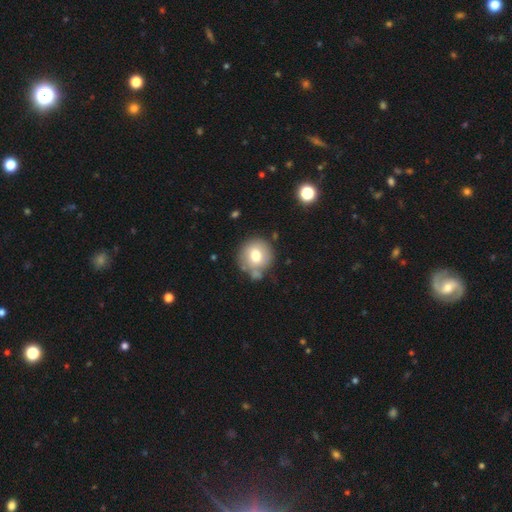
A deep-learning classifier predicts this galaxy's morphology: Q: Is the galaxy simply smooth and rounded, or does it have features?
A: smooth — 72%.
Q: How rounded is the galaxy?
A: round — 89%.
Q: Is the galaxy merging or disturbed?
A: none — 67%.